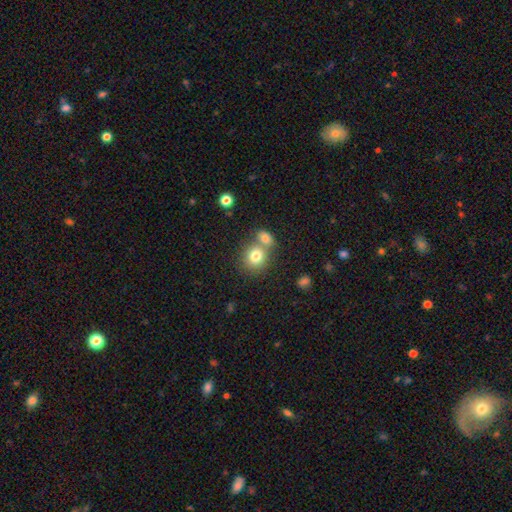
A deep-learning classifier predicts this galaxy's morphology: A smooth galaxy with no disk features (78%) that is round (77%). Merging: none (47%).